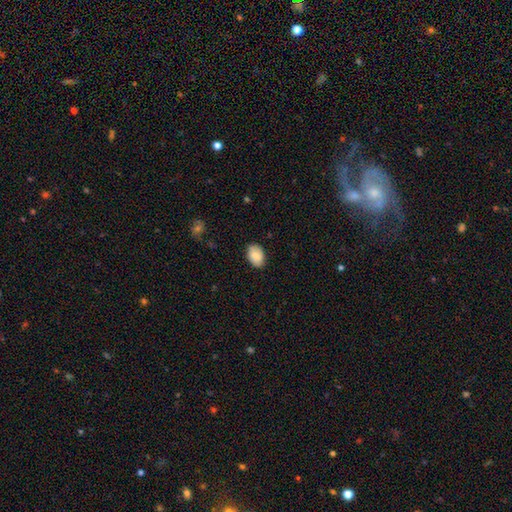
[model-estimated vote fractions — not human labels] This is clearly a smooth galaxy (87%). How rounded: clearly in between (86%). Merging: clearly none (84%).